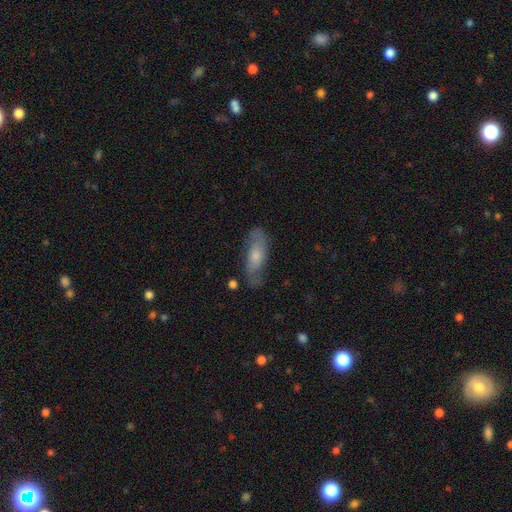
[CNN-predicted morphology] A featured or disk galaxy (52%).

Vote fractions:
- Smooth or featured? featured or disk: 52% / smooth: 39% / star or artifact: 8%
- Edge-on disk? no: 76% / yes: 24%
- Merging? none: 75% / minor disturbance: 18% / major disturbance: 6% / merger: 2%